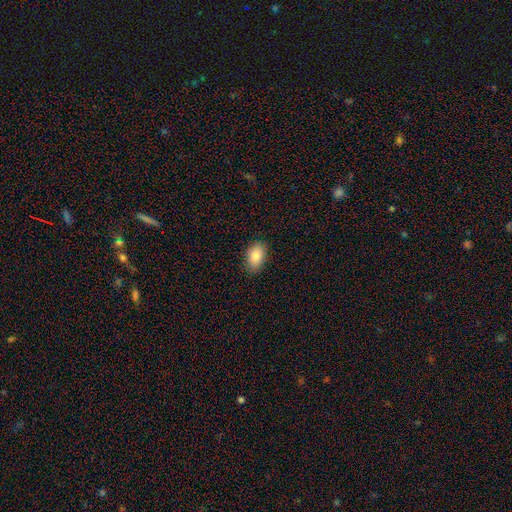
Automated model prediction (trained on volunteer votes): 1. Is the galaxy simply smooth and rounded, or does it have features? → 85% smooth, 7% star or artifact, 7% featured or disk.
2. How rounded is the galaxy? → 91% in between, 8% round, 1% cigar-shaped.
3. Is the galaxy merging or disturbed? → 87% none, 10% minor disturbance, 2% major disturbance, 1% merger.